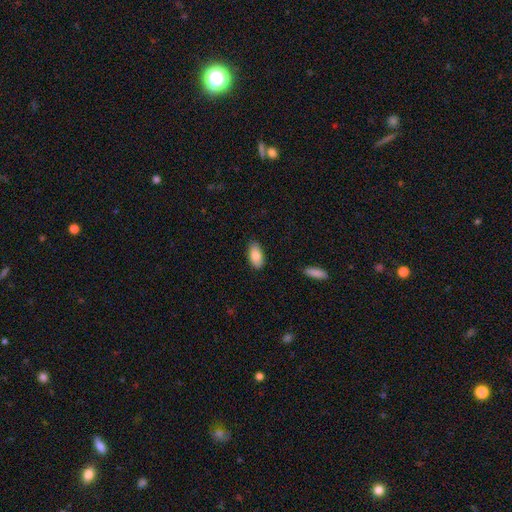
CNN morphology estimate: smooth 83%, featured or disk 10%, star or artifact 7%. Down the decision tree: how rounded — in between (93%); merging — none (85%).